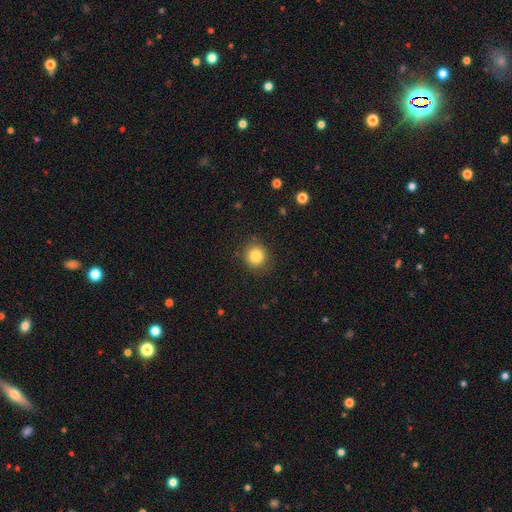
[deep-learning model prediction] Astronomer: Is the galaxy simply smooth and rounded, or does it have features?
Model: smooth — 85%.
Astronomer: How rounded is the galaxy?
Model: round — 89%.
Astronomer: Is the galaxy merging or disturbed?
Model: none — 87%.